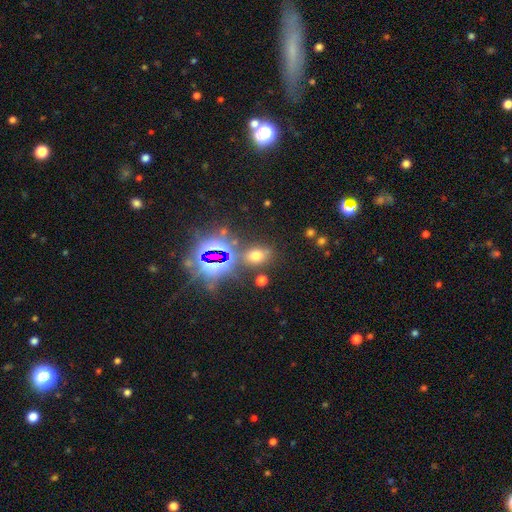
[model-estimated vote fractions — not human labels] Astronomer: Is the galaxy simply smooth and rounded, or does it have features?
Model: smooth — 53% (runner-up: star or artifact, 37%).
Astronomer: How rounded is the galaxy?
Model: in between — 68%.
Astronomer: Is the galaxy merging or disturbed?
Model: none — 74%.